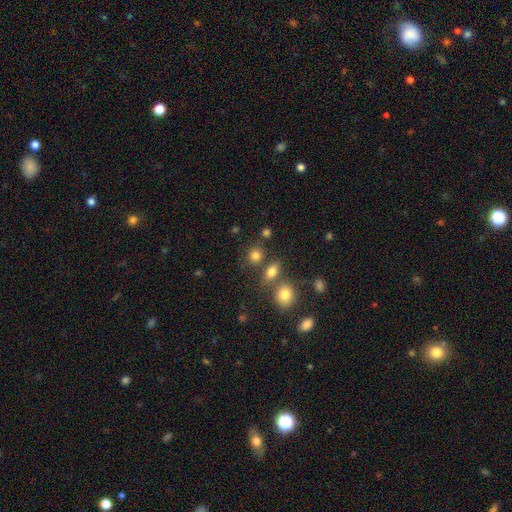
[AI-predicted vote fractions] smooth_or_featured: smooth (p=0.79) [alt: star or artifact p=0.14]
how_rounded: round (p=0.67) [alt: in between p=0.31]
merging: none (p=0.67) [alt: merger p=0.18]